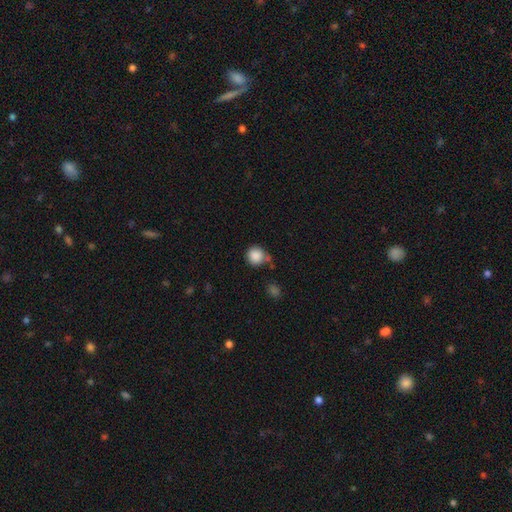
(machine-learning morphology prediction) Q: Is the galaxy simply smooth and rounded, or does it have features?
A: smooth — 87%.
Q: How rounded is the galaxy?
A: round — 90%.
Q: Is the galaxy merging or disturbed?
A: none — 63%.